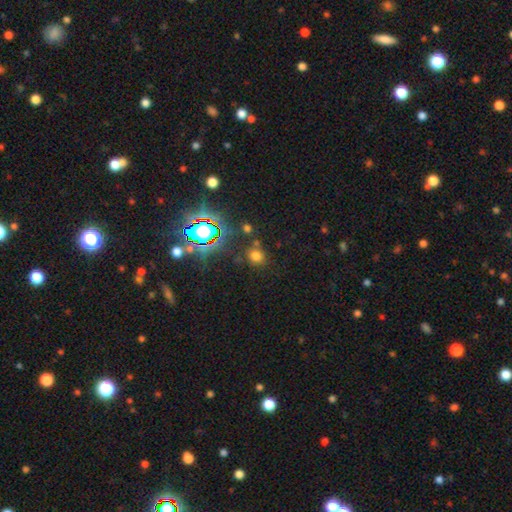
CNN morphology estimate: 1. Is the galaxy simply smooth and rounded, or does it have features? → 64% smooth, 29% star or artifact, 7% featured or disk.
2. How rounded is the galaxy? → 81% round, 18% in between, 1% cigar-shaped.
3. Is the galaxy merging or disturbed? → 78% none, 11% minor disturbance, 7% merger, 4% major disturbance.